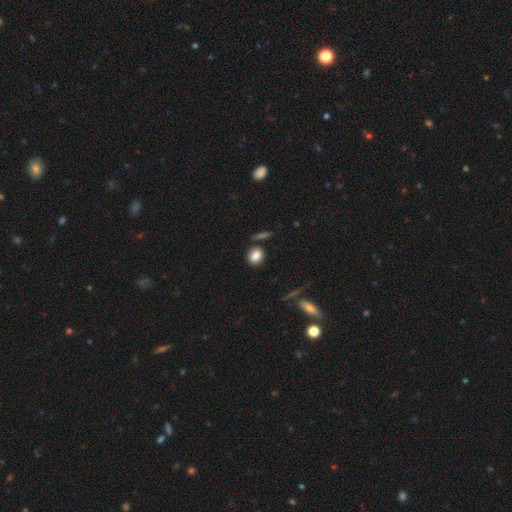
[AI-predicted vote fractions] smooth-or-featured: smooth: 85% | star or artifact: 9% | featured or disk: 6%
  how-rounded: round: 51% | in between: 47% | cigar-shaped: 2%
  merging: none: 77% | minor disturbance: 12% | merger: 7% | major disturbance: 4%